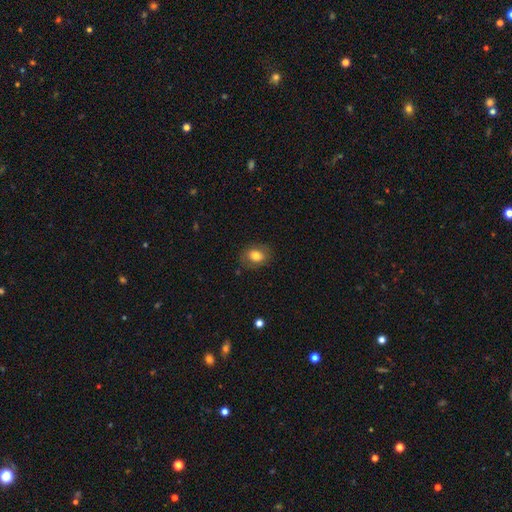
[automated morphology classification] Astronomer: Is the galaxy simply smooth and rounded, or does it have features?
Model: smooth — 77%.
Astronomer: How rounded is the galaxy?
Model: in between — 56% (runner-up: round, 43%).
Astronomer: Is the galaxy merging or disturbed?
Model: none — 81%.